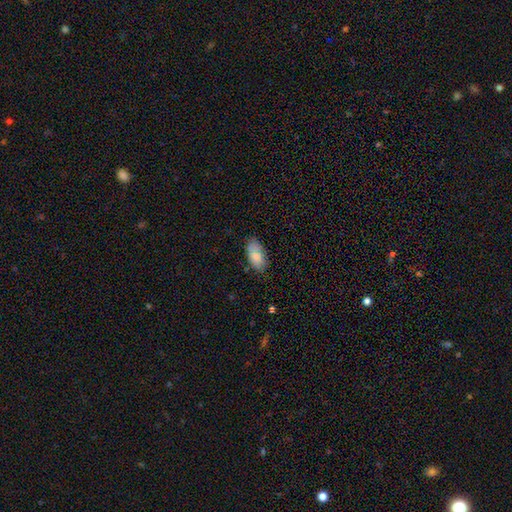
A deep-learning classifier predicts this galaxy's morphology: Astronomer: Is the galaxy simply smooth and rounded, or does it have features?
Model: smooth — 81%.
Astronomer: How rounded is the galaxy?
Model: in between — 94%.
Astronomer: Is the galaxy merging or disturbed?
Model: none — 76%.